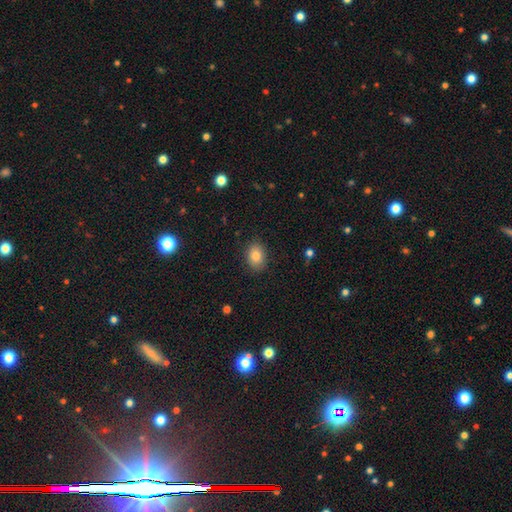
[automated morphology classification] smooth 83%, star or artifact 9%, featured or disk 8%. Down the decision tree: how rounded — in between (69%); merging — none (86%).